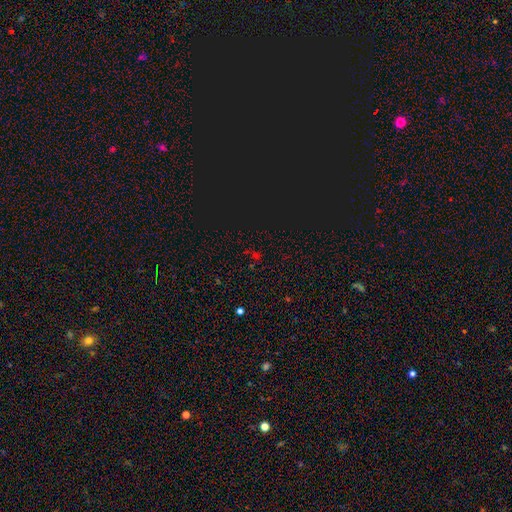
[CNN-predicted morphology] This is likely a star or artifact rather than a galaxy (66%).